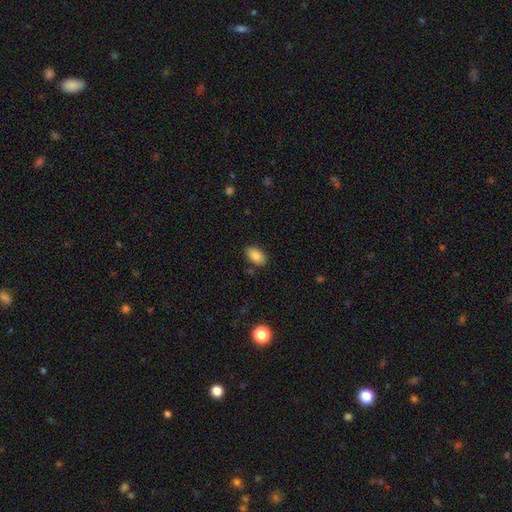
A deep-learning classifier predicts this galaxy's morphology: Overall: smooth (86%). How rounded: in between (93%). Merging: none (84%).